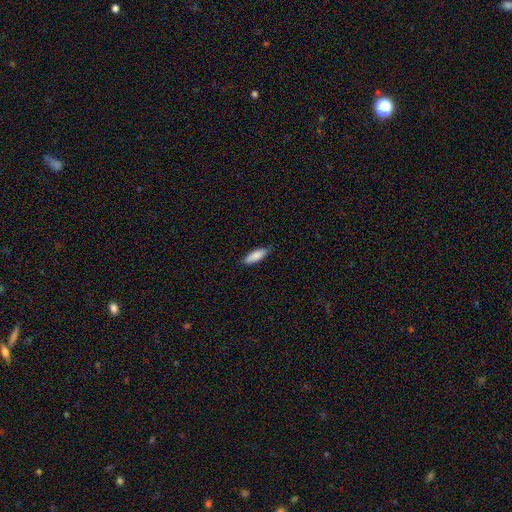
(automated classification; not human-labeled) Smooth or featured? smooth (86%)
How rounded? in between (59%)
Merging? none (83%)